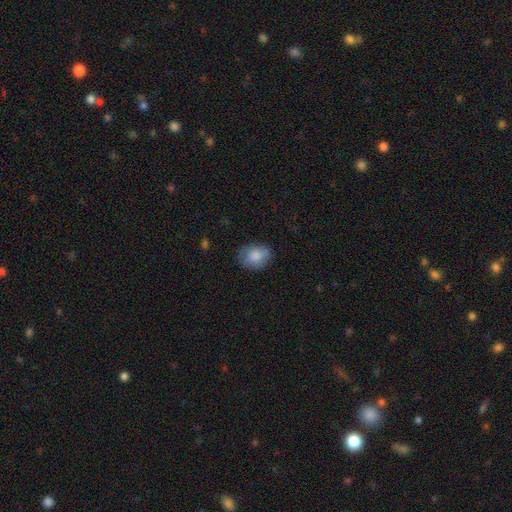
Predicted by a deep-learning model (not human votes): Morphology: type=smooth (82%); roundness=in between (56%); merging=none (75%).